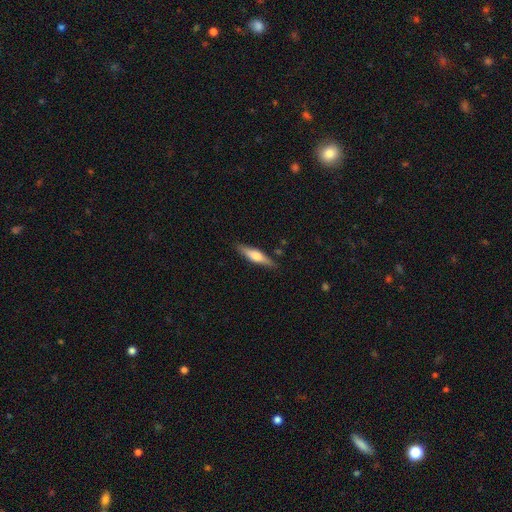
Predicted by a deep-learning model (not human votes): Smooth or featured? smooth (49%)
Merging? none (86%)